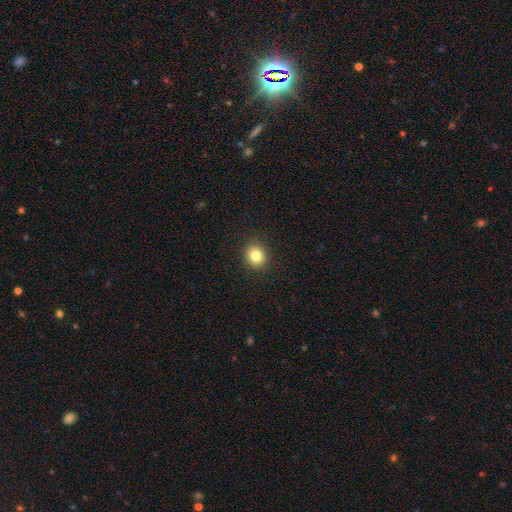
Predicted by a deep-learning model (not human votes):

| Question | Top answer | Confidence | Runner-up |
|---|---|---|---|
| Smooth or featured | smooth | 83% | star or artifact (11%) |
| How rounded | round | 74% | in between (25%) |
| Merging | none | 91% | minor disturbance (6%) |